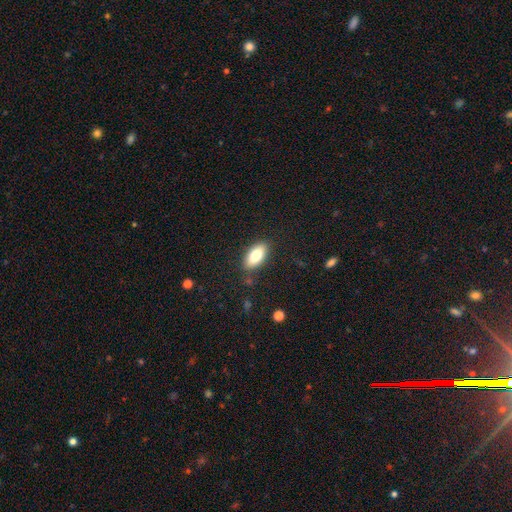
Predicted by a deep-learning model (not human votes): Overall: smooth (80%). How rounded: in between (90%). Merging: none (85%).